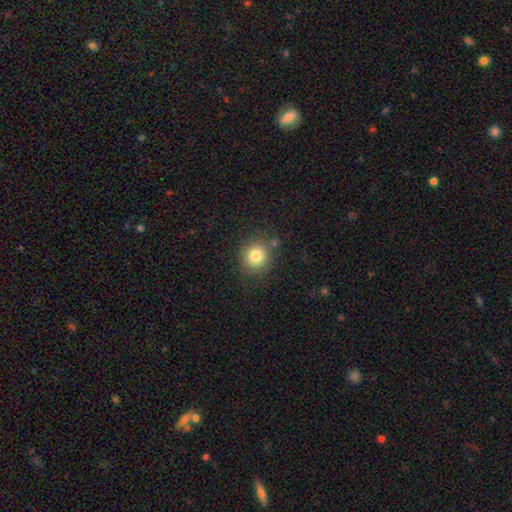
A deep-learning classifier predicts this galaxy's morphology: Q: Smooth or featured?
A: smooth (81%); runner-up: star or artifact (12%)
Q: How rounded?
A: round (88%); runner-up: in between (12%)
Q: Merging?
A: none (81%); runner-up: minor disturbance (11%)